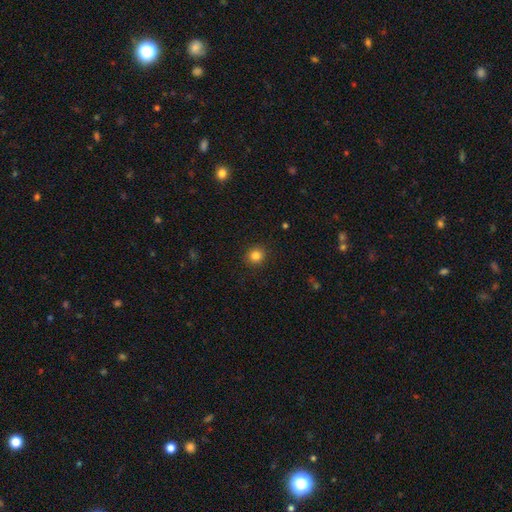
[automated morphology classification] smooth-or-featured: smooth: 84% | star or artifact: 11% | featured or disk: 5%
  how-rounded: round: 87% | in between: 12% | cigar-shaped: 1%
  merging: none: 91% | minor disturbance: 6% | major disturbance: 2% | merger: 1%